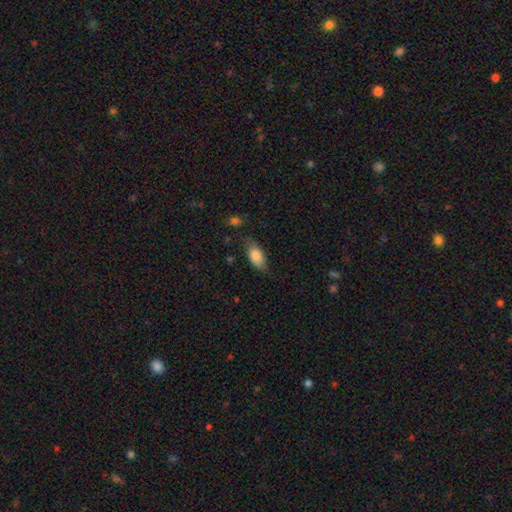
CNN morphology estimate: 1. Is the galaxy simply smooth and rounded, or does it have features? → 81% smooth, 13% featured or disk, 7% star or artifact.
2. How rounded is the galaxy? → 91% in between, 6% cigar-shaped, 4% round.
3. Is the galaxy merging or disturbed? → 68% none, 24% minor disturbance, 6% major disturbance, 2% merger.